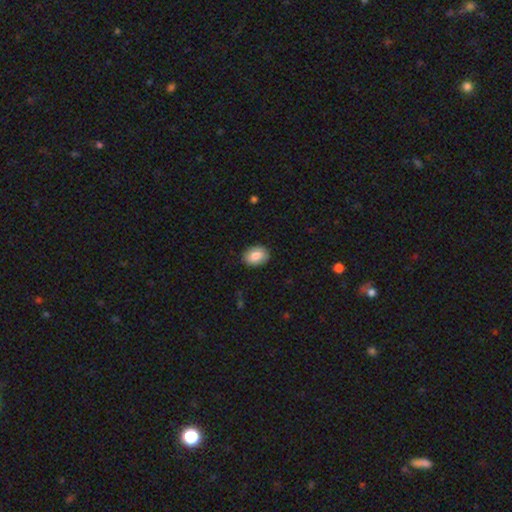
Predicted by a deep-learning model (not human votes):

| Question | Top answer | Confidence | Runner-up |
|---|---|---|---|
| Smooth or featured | smooth | 86% | featured or disk (7%) |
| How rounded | in between | 72% | round (27%) |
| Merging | none | 88% | minor disturbance (9%) |